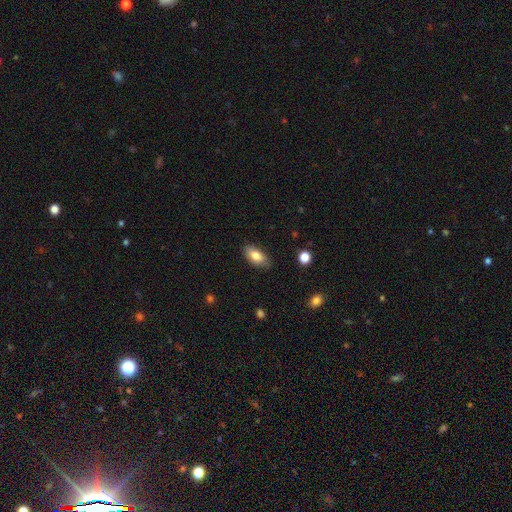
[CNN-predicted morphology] A smooth galaxy with no disk features (79%) that is in between round and cigar-shaped (91%).

Vote fractions:
- Smooth or featured? smooth: 79% / featured or disk: 14% / star or artifact: 7%
- How rounded? in between: 91% / cigar-shaped: 5% / round: 4%
- Merging? none: 82% / minor disturbance: 15% / major disturbance: 3% / merger: 1%